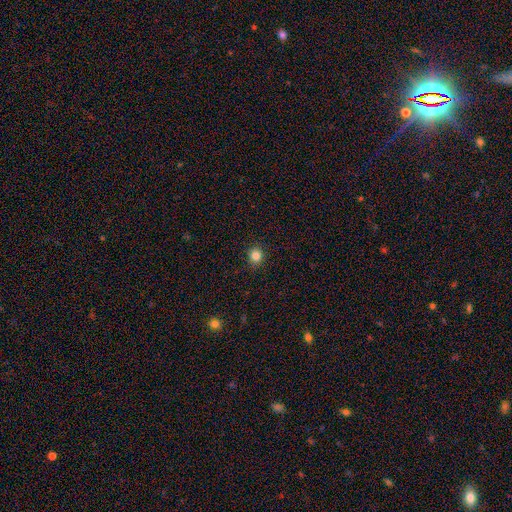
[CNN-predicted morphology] Overall: smooth (83%). How rounded: round (88%). Merging: none (91%).